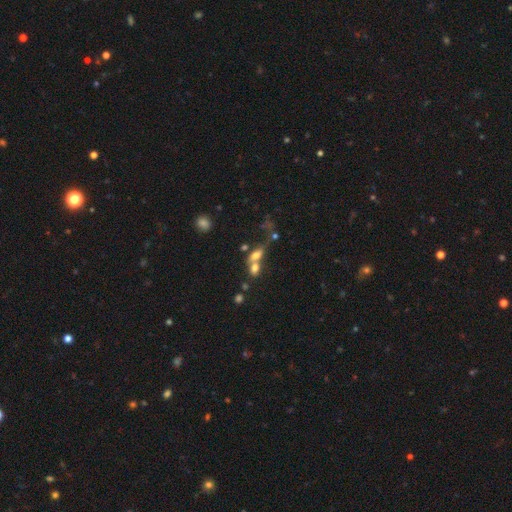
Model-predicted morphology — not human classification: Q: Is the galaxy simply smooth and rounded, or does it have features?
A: smooth — 65%.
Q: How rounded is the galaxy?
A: in between — 67%.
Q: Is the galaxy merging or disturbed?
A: merger — 68%.